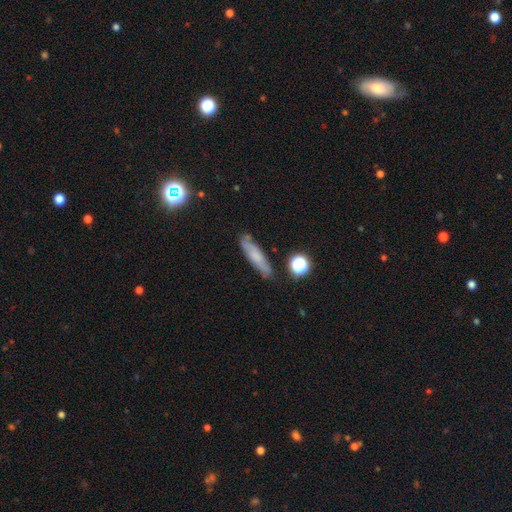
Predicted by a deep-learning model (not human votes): Morphology: type=smooth (60%); roundness=cigar-shaped (76%); merging=none (76%).